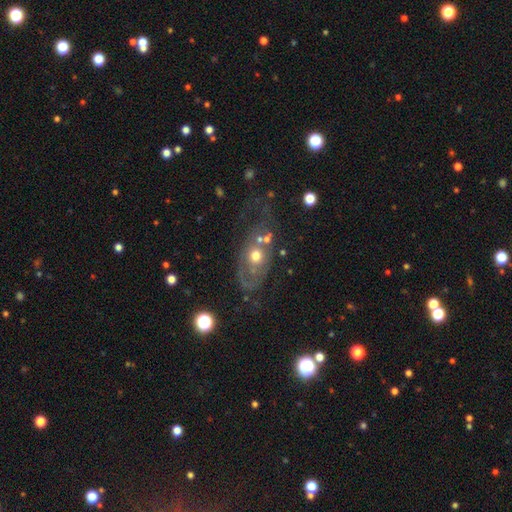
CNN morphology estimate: type=featured or disk (54%); edge-on=no (92%); merging=none (42%).